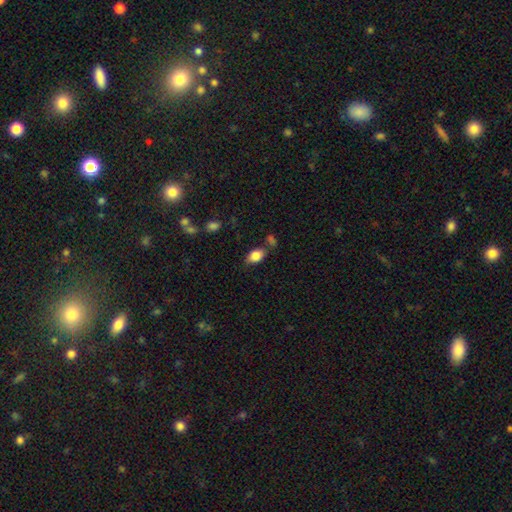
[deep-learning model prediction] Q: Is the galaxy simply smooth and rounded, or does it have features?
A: smooth — 84%.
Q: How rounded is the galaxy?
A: in between — 86%.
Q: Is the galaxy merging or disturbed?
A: none — 69%.